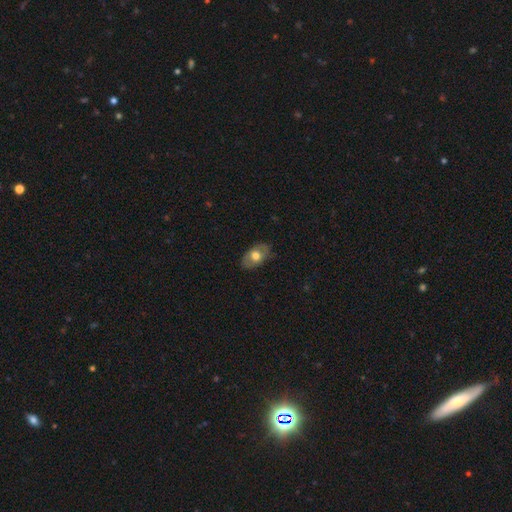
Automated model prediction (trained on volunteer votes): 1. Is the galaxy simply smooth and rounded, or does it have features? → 60% smooth, 33% featured or disk, 7% star or artifact.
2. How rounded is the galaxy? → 87% in between, 12% round, 2% cigar-shaped.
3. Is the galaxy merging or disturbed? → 78% none, 17% minor disturbance, 4% major disturbance, 1% merger.